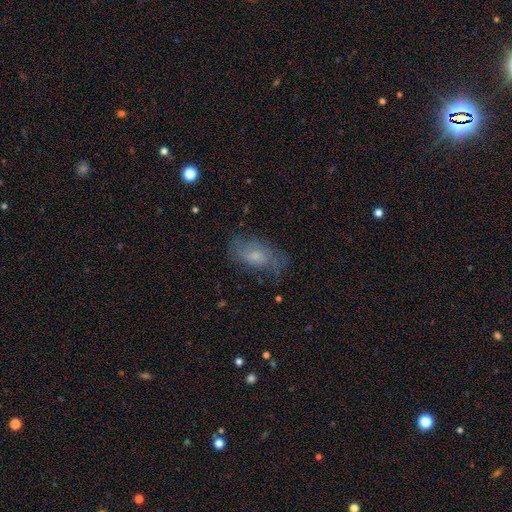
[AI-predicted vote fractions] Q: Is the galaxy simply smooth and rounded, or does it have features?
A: featured or disk — 54%.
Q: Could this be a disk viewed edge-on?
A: no — 93%.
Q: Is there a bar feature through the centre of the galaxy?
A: no — 69%.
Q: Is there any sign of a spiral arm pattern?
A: yes — 80%.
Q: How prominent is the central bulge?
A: small — 51%.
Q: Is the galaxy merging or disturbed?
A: none — 62%.